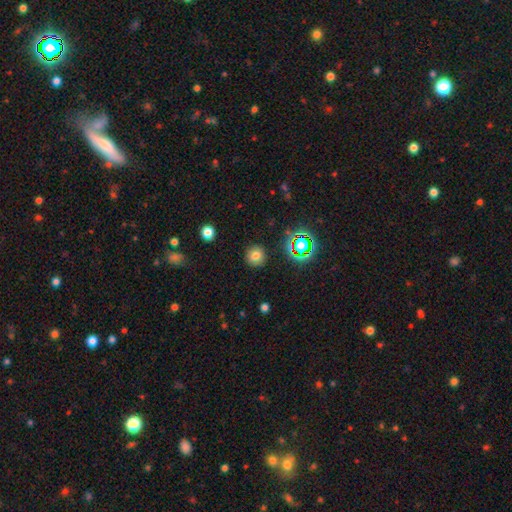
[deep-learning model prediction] smooth_or_featured: smooth (p=0.75) [alt: star or artifact p=0.17]
how_rounded: round (p=0.93) [alt: in between p=0.06]
merging: none (p=0.90) [alt: minor disturbance p=0.06]